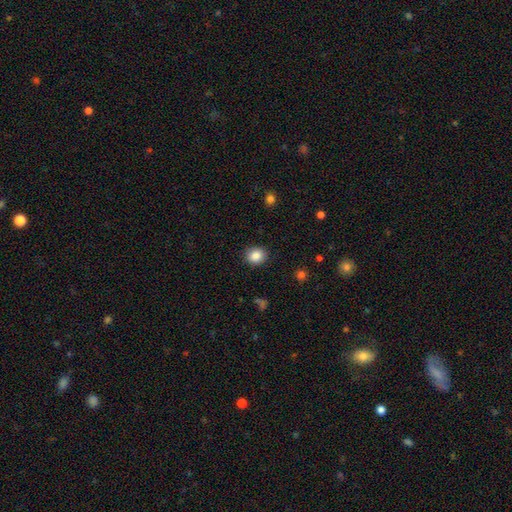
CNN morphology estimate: A smooth galaxy with no disk features (86%) that is round (73%). Merging: none (89%).